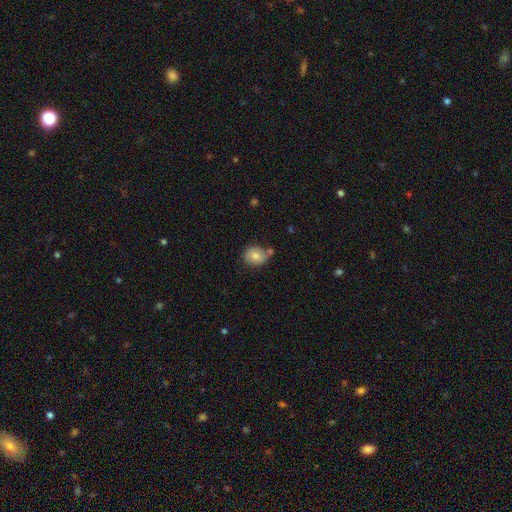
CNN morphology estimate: A smooth galaxy with no disk features (75%) that is round (60%).

Vote fractions:
- Smooth or featured? smooth: 75% / featured or disk: 16% / star or artifact: 9%
- How rounded? round: 60% / in between: 39% / cigar-shaped: 1%
- Merging? none: 62% / minor disturbance: 20% / merger: 14% / major disturbance: 4%